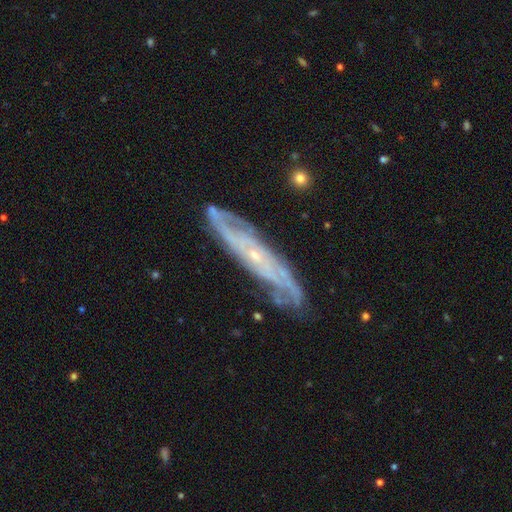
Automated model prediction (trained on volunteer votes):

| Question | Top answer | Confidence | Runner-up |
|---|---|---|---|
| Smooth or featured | featured or disk | 84% | smooth (10%) |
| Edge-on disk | no | 70% | yes (30%) |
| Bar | no | 68% | weak (24%) |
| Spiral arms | yes | 94% | no (6%) |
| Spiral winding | tight | 55% | medium (35%) |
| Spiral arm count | can't tell | 36% | 2 (31%) |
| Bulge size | small | 84% | moderate (12%) |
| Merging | none | 81% | minor disturbance (14%) |